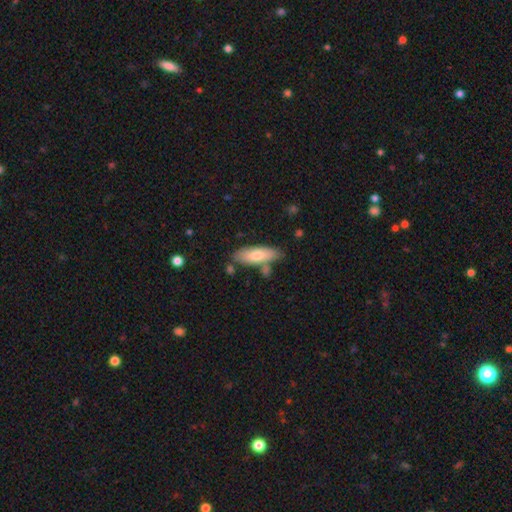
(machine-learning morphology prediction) This appears to be a smooth galaxy with no disk features (72%) that is in between round and cigar-shaped (57%). Merging: none (74%).